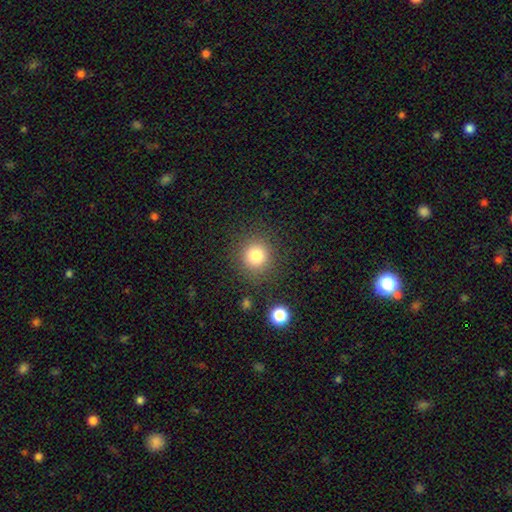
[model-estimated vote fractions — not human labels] A smooth galaxy with no disk features (80%) that is round (92%).

Vote fractions:
- Smooth or featured? smooth: 80% / star or artifact: 13% / featured or disk: 7%
- How rounded? round: 92% / in between: 8% / cigar-shaped: 1%
- Merging? none: 85% / minor disturbance: 8% / major disturbance: 4% / merger: 2%